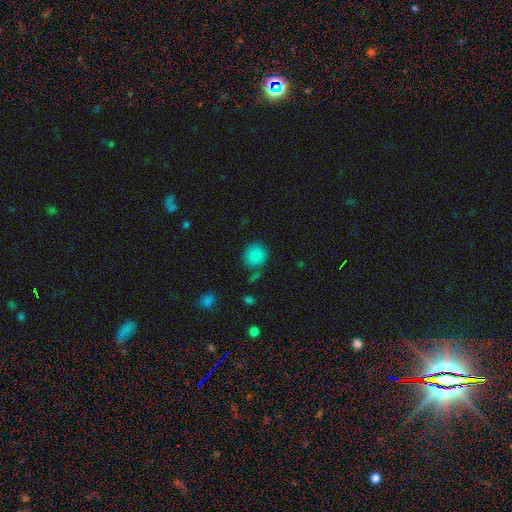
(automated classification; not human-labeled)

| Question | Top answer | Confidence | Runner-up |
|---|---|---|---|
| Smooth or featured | smooth | 86% | star or artifact (9%) |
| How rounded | round | 88% | in between (11%) |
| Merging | none | 78% | minor disturbance (12%) |